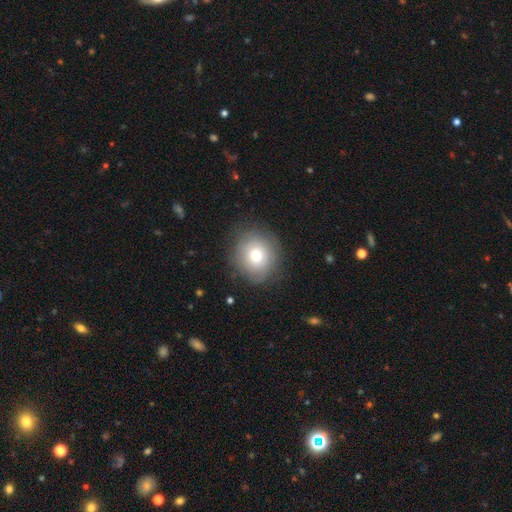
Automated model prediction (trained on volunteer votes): Q: Smooth or featured?
A: smooth (70%); runner-up: featured or disk (19%)
Q: How rounded?
A: round (84%); runner-up: in between (15%)
Q: Merging?
A: none (80%); runner-up: minor disturbance (13%)